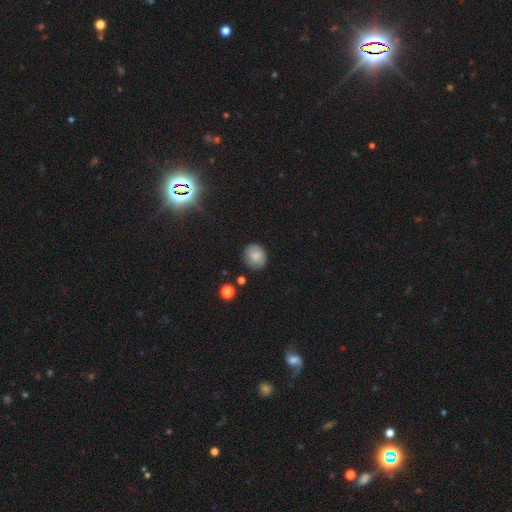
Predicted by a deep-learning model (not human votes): Q: Smooth or featured?
A: smooth (78%); runner-up: featured or disk (12%)
Q: How rounded?
A: round (81%); runner-up: in between (18%)
Q: Merging?
A: none (81%); runner-up: minor disturbance (14%)